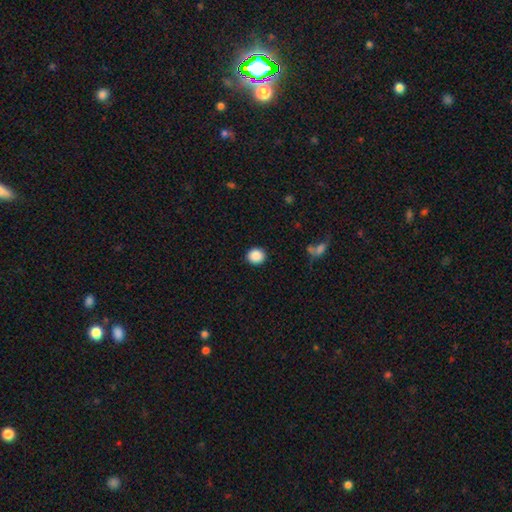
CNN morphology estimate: Q: Smooth or featured?
A: smooth (89%); runner-up: star or artifact (9%)
Q: How rounded?
A: round (89%); runner-up: in between (10%)
Q: Merging?
A: none (91%); runner-up: minor disturbance (6%)